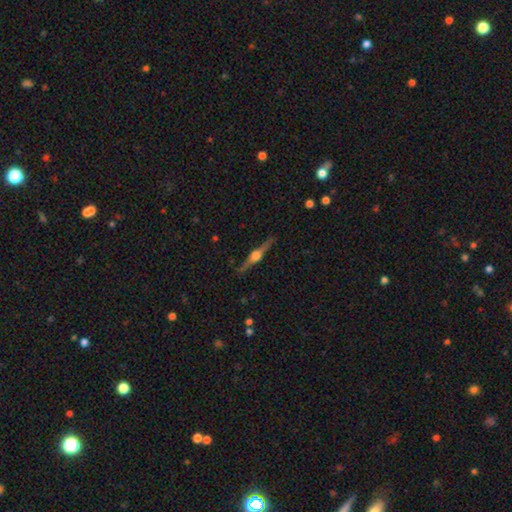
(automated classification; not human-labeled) This appears to be a featured or disk galaxy (82%) viewed edge-on (98%) with a rounded central bulge (93%). Merging: none (89%).